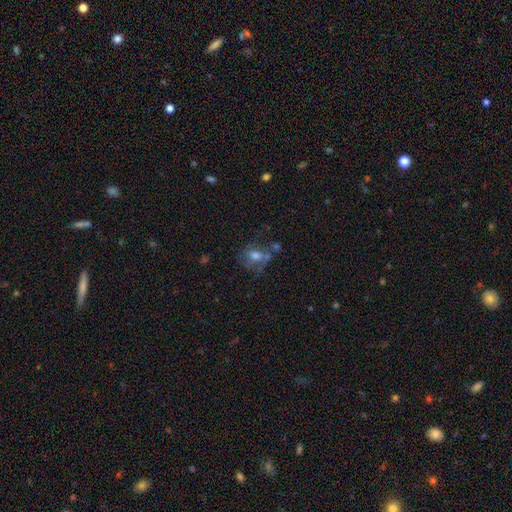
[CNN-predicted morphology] Smooth or featured? Predicted: smooth (p=0.51). How rounded? Predicted: round (p=0.52). Merging? Predicted: none (p=0.44).